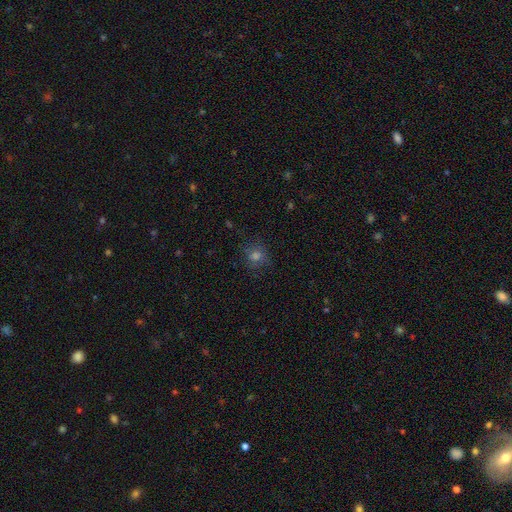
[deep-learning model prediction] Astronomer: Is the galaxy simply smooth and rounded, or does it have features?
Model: smooth — 61%.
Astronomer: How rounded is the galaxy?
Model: round — 82%.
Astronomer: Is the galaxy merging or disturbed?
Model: none — 80%.